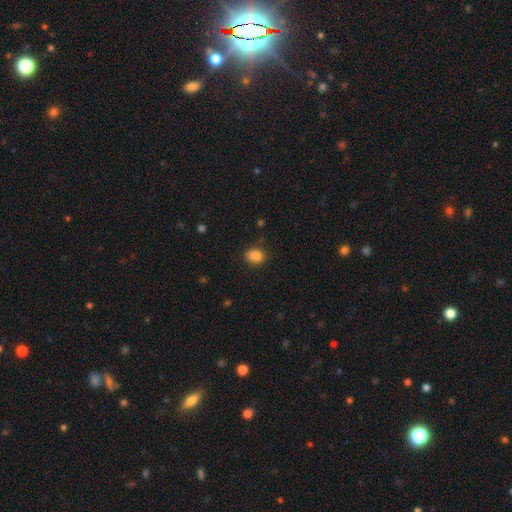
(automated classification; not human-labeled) The model was most divided on "how rounded": in between: 55%, round: 44%, cigar-shaped: 1%. More confident: smooth or featured — smooth (84%); merging — none (76%).